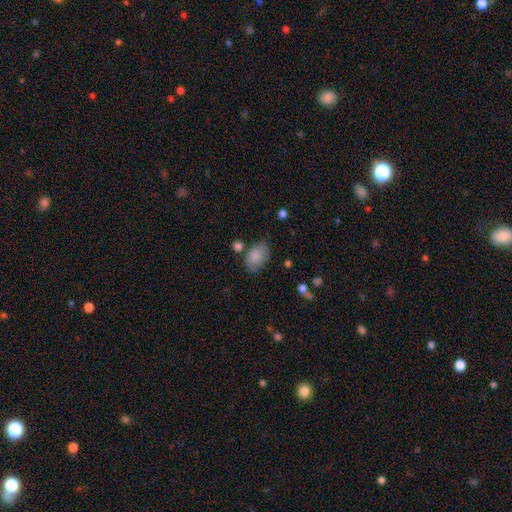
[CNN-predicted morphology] This is clearly a smooth galaxy (84%). How rounded: clearly in between (85%). Merging: likely none (67%).